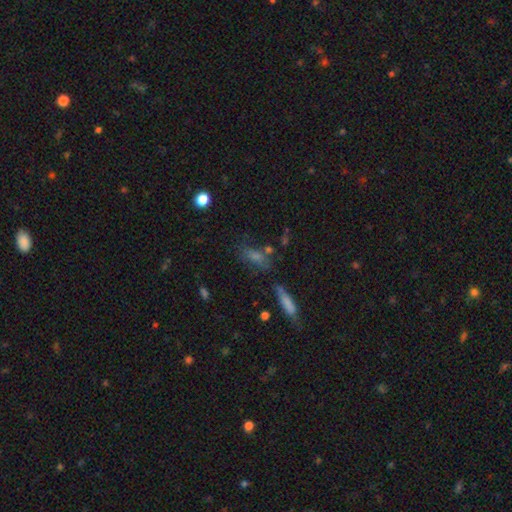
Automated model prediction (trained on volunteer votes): A smooth galaxy with no disk features (50%) that is in between round and cigar-shaped (55%). Merging: none (61%).